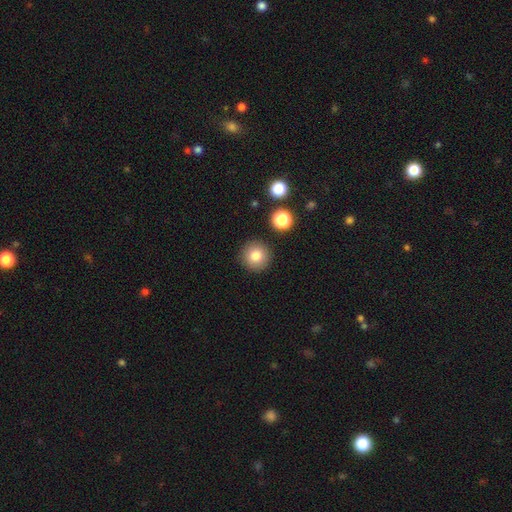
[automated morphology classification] Overall: smooth (81%). How rounded: round (95%). Merging: none (90%).